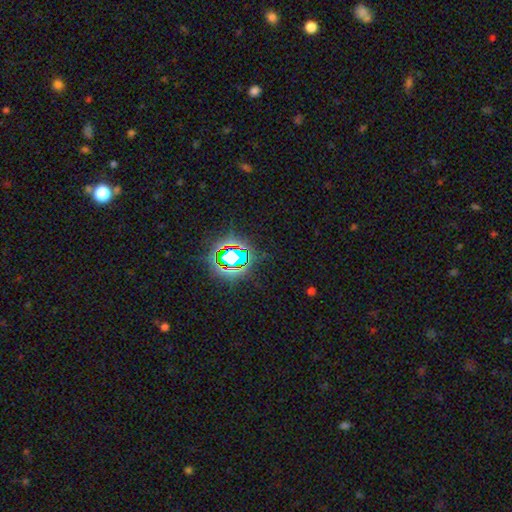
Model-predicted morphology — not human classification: smooth-or-featured: star or artifact: 78% | smooth: 13% | featured or disk: 9%